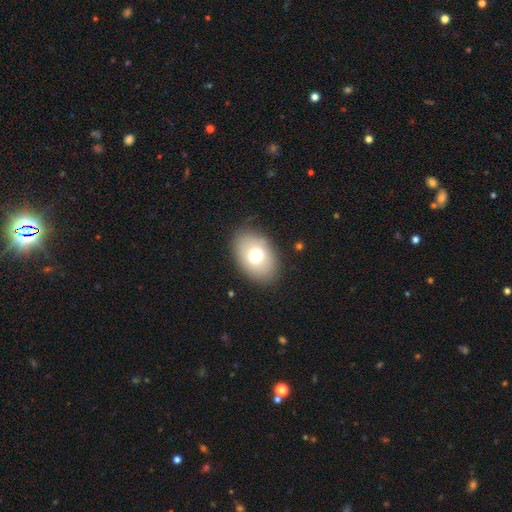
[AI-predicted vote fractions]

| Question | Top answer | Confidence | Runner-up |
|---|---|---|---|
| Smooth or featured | smooth | 72% | featured or disk (20%) |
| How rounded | in between | 83% | round (16%) |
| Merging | none | 80% | minor disturbance (15%) |